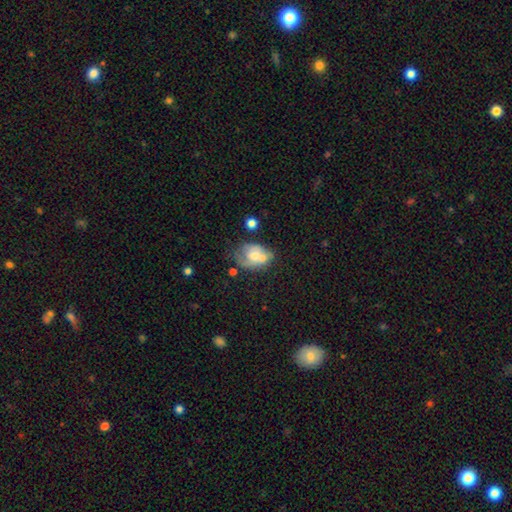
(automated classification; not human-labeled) Smooth or featured? featured or disk (46%, tied with smooth)
Merging? merger (33%)